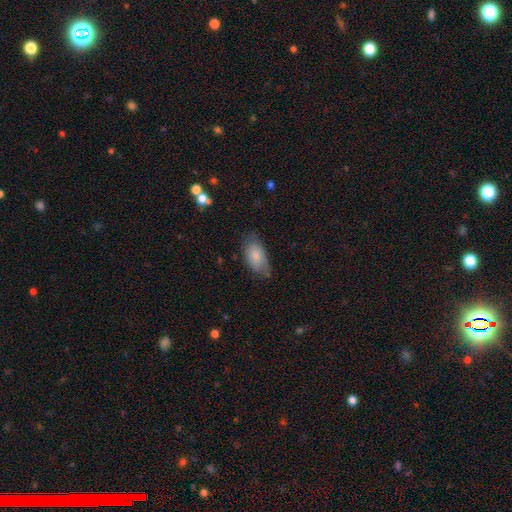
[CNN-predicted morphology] Overall: smooth (79%). How rounded: in between (93%). Merging: none (66%; minor disturbance 27%).